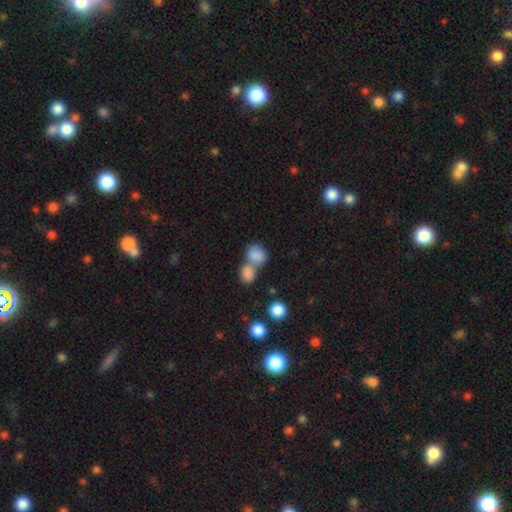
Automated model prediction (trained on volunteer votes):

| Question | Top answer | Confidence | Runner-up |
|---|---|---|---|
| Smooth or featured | smooth | 84% | star or artifact (8%) |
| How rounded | in between | 56% | round (42%) |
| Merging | merger | 62% | none (27%) |